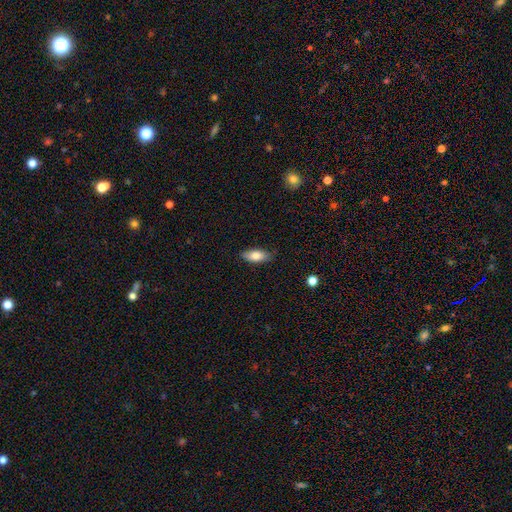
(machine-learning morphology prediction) Q: Smooth or featured?
A: smooth (79%); runner-up: featured or disk (14%)
Q: How rounded?
A: in between (83%); runner-up: cigar-shaped (14%)
Q: Merging?
A: none (82%); runner-up: minor disturbance (14%)